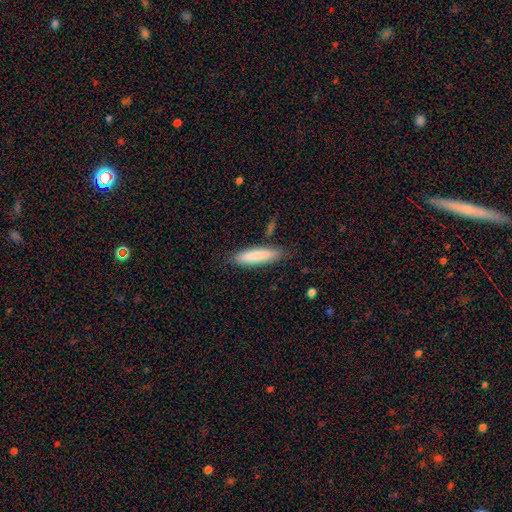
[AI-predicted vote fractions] Smooth or featured? Predicted: smooth (p=0.83). How rounded? Predicted: cigar-shaped (p=0.75). Merging? Predicted: none (p=0.80).